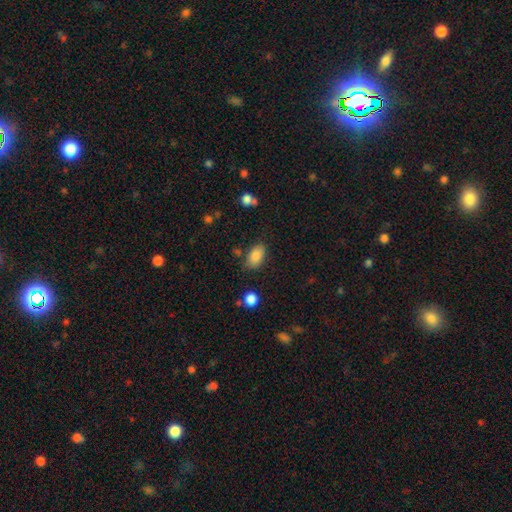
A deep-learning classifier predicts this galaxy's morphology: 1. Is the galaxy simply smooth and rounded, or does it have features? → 86% smooth, 8% star or artifact, 6% featured or disk.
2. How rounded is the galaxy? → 89% in between, 10% round, 2% cigar-shaped.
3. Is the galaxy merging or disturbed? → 74% none, 18% minor disturbance, 5% major disturbance, 4% merger.